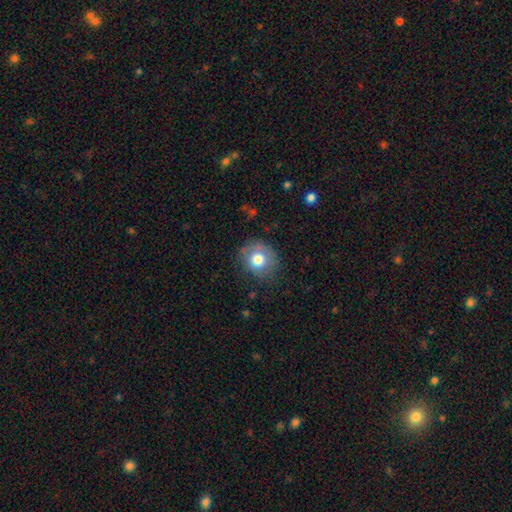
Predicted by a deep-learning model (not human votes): Q: Smooth or featured?
A: smooth (74%); runner-up: featured or disk (16%)
Q: How rounded?
A: round (80%); runner-up: in between (19%)
Q: Merging?
A: none (75%); runner-up: minor disturbance (19%)